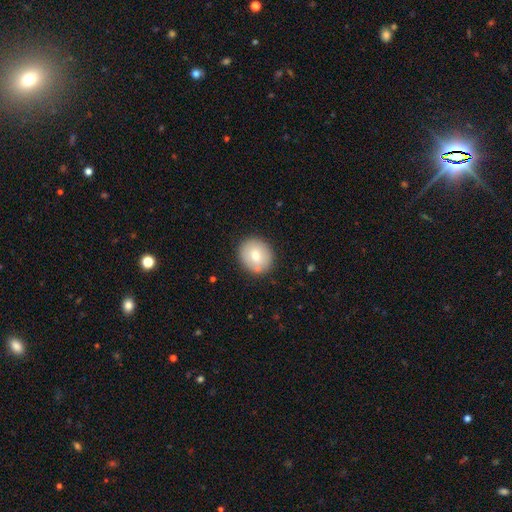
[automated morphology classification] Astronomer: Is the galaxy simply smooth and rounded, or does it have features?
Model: smooth — 74%.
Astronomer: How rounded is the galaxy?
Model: round — 80%.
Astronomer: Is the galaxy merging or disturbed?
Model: none — 86%.